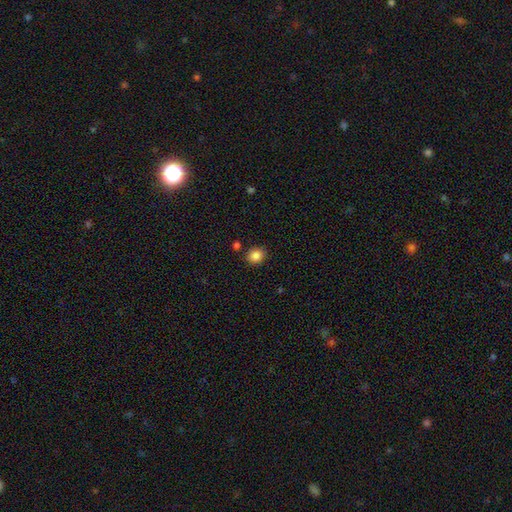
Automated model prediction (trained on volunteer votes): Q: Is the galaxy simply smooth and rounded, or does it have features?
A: smooth — 86%.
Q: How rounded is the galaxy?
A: round — 72%.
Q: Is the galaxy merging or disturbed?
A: none — 85%.